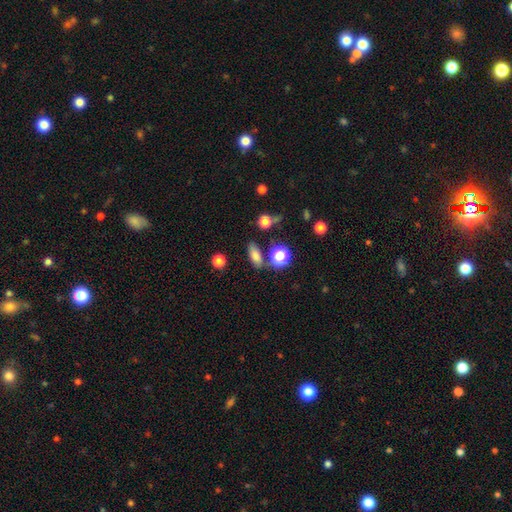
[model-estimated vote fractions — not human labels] smooth-or-featured: smooth: 76% | star or artifact: 14% | featured or disk: 9%
  how-rounded: in between: 73% | cigar-shaped: 13% | round: 13%
  merging: none: 70% | minor disturbance: 14% | merger: 10% | major disturbance: 5%